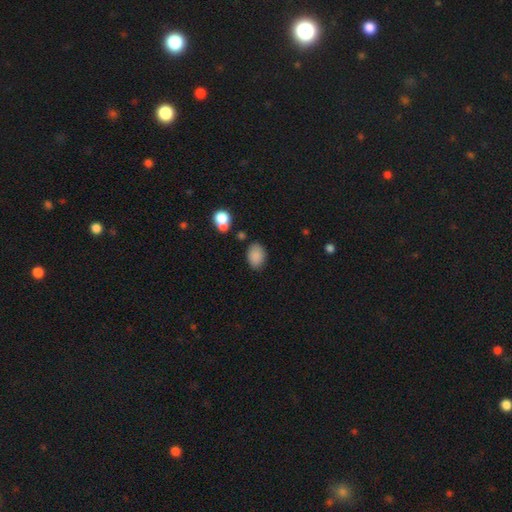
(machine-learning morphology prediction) Smooth or featured: smooth — 86% (star or artifact — 9%)
How rounded: in between — 79% (round — 20%)
Merging: none — 76% (minor disturbance — 17%)